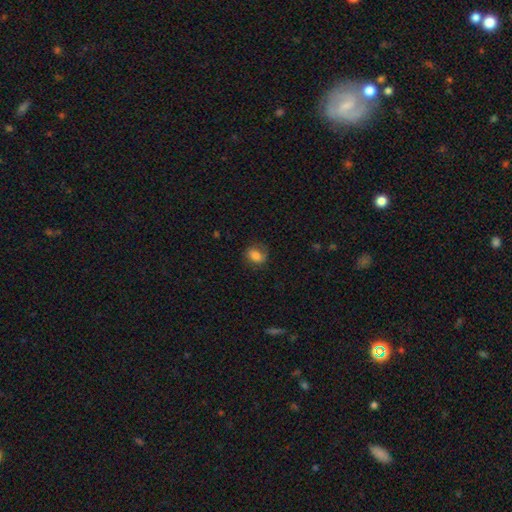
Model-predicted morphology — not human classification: A smooth galaxy with no disk features (75%) that is in between round and cigar-shaped (58%). Merging: none (69%).